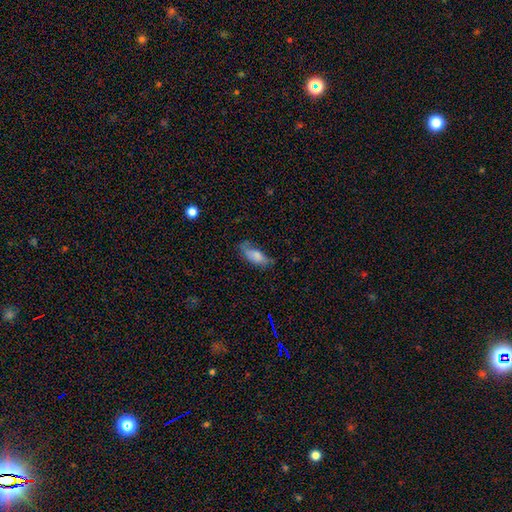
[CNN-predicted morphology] This appears to be a smooth galaxy with no disk features (74%) that is in between round and cigar-shaped (79%). Merging: none (50%).